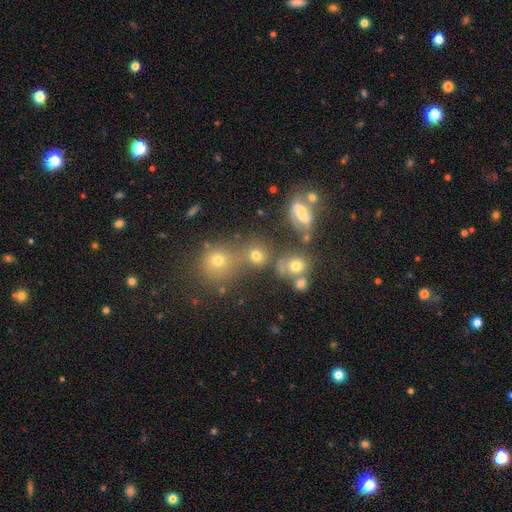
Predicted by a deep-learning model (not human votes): The model was most divided on "merging": none: 54%, merger: 30%, minor disturbance: 10%, major disturbance: 6%. More confident: how rounded — round (80%); smooth or featured — smooth (70%).